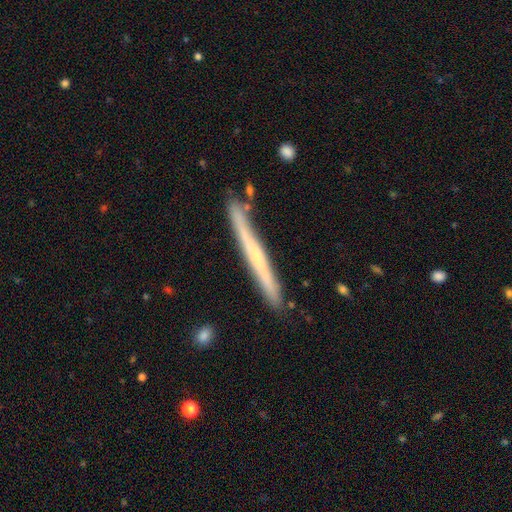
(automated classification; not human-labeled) This is possibly a featured or disk galaxy (57%). It is clearly viewed edge-on (96%). Edge-on bulge: likely none (63%). Merging: clearly none (83%).